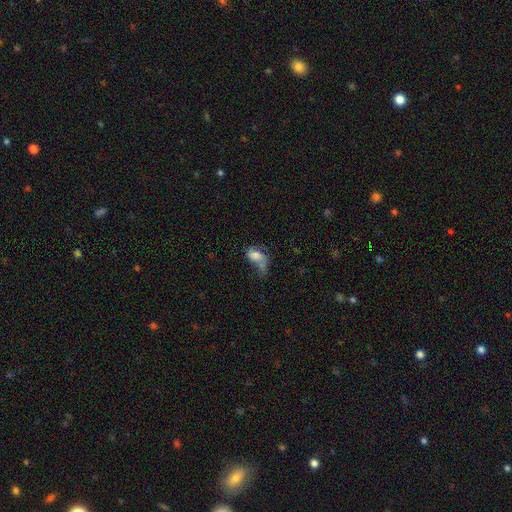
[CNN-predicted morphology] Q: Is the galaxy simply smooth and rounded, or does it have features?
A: smooth — 64%.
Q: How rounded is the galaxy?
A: in between — 86%.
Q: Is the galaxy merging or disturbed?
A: major disturbance — 37%.